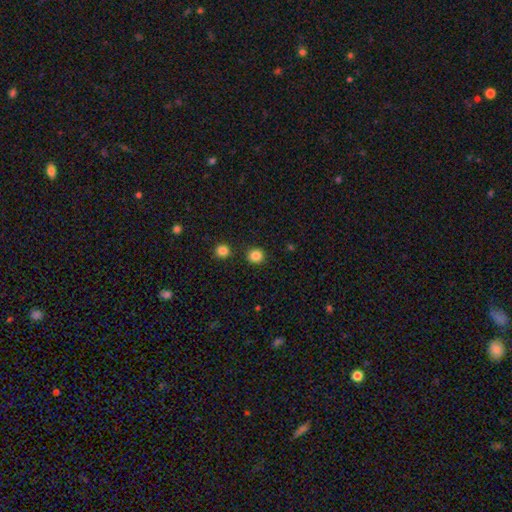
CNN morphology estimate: A smooth galaxy with no disk features (85%) that is round (91%). Merging: none (90%).